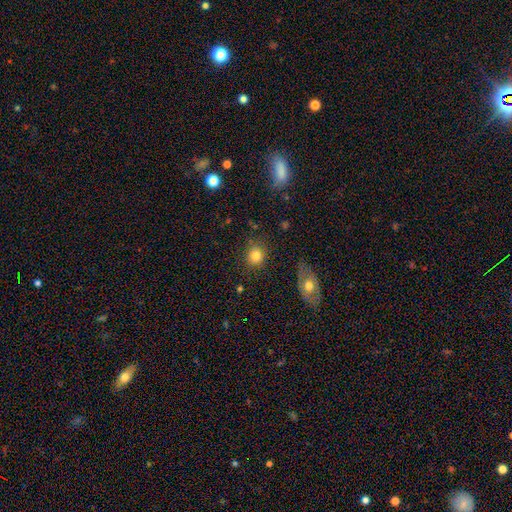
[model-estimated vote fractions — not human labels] Morphology: type=smooth (82%); roundness=round (75%); merging=none (83%).